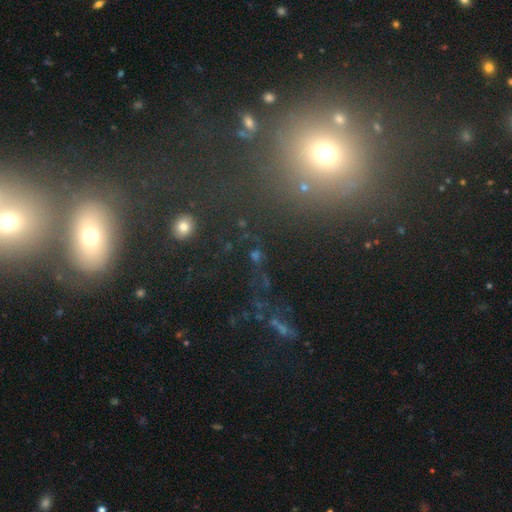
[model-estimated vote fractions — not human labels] smooth-or-featured: star or artifact: 43% | smooth: 40% | featured or disk: 17%